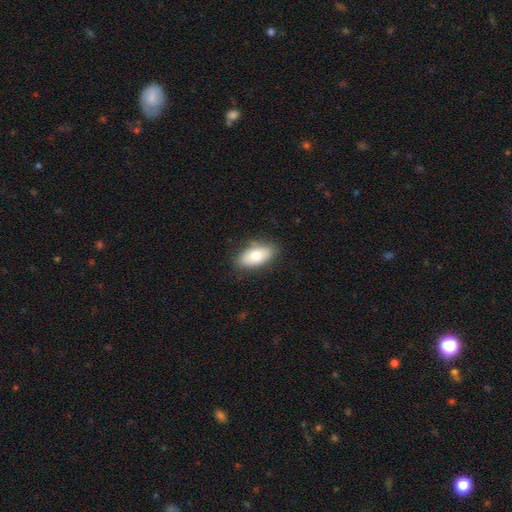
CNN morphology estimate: smooth-or-featured: smooth: 73% | featured or disk: 20% | star or artifact: 7%
  how-rounded: in between: 92% | cigar-shaped: 4% | round: 4%
  merging: none: 82% | minor disturbance: 14% | major disturbance: 3% | merger: 1%